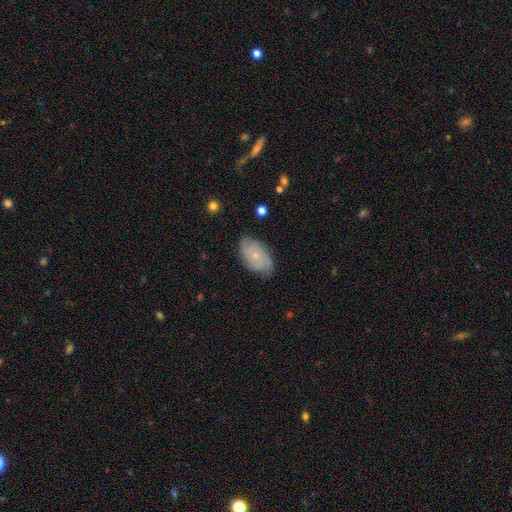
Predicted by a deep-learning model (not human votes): Overall: featured or disk (59%; smooth 34%). Edge-on disk: no (95%). Bar: no (81%). Spiral arms: yes (86%). Bulge size: small (76%). Merging: none (77%).